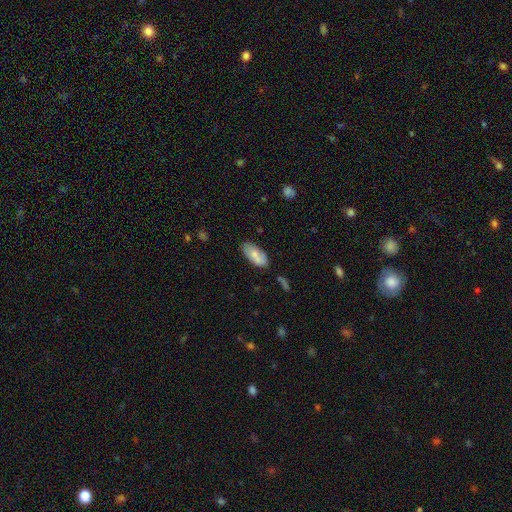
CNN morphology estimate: The model was most divided on "smooth or featured": smooth: 68%, featured or disk: 26%, star or artifact: 7%. More confident: how rounded — in between (90%); merging — none (66%).